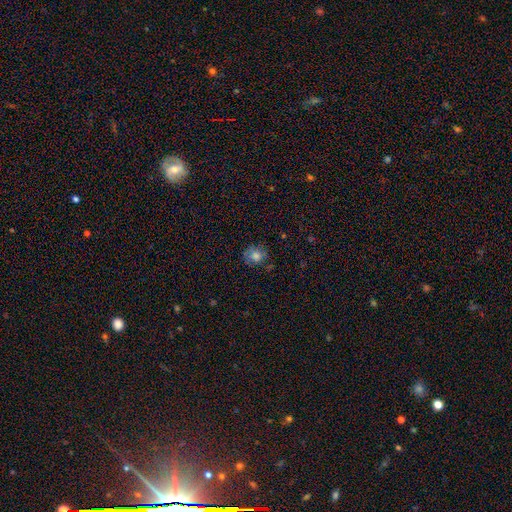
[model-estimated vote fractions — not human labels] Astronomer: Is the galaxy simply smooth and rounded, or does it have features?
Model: smooth — 77%.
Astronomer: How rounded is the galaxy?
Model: round — 81%.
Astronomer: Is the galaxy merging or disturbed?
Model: none — 74%.